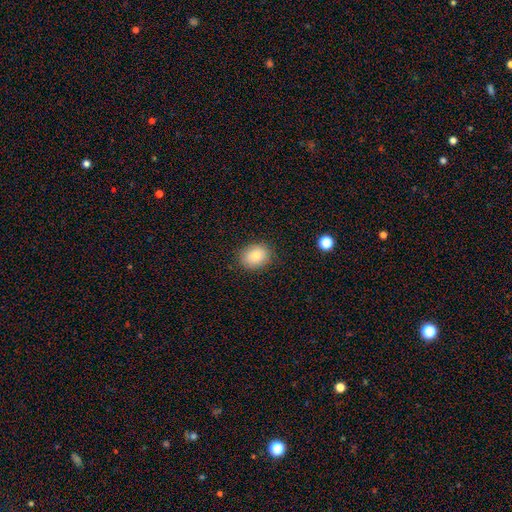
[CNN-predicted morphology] Smooth or featured?
  - smooth: 83% *
  - star or artifact: 9%
  - featured or disk: 8%
How rounded?
  - in between: 53% *
  - round: 46%
  - cigar-shaped: 1%
Merging?
  - none: 86% *
  - minor disturbance: 10%
  - major disturbance: 3%
  - merger: 1%